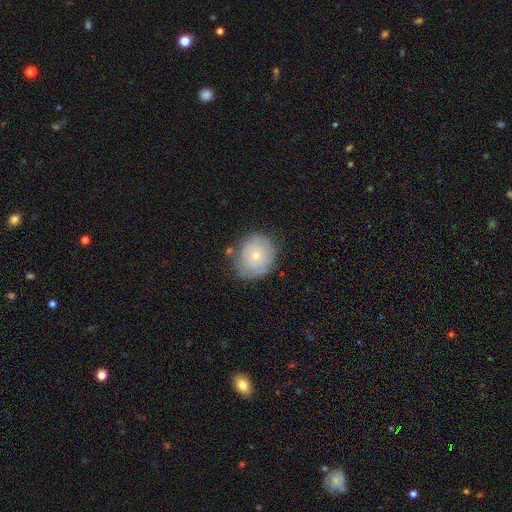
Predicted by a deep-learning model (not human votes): smooth-or-featured: smooth: 50% | featured or disk: 42% | star or artifact: 8%
  how-rounded: round: 79% | in between: 20% | cigar-shaped: 1%
  merging: none: 72% | minor disturbance: 19% | major disturbance: 6% | merger: 3%